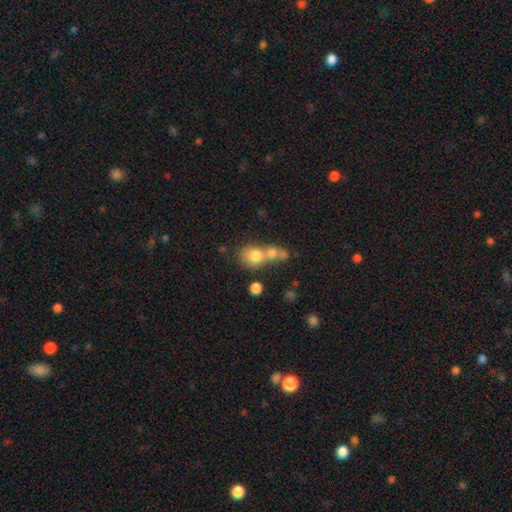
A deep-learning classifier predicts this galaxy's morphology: Smooth or featured? Predicted: smooth (p=0.73). How rounded? Predicted: round (p=0.68). Merging? Predicted: merger (p=0.67).